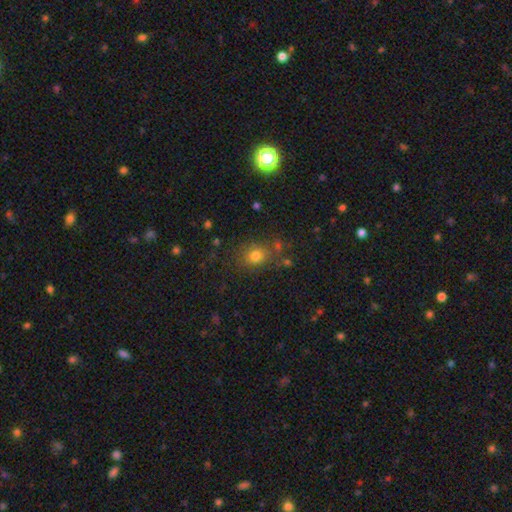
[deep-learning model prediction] Morphology: type=smooth (75%); roundness=round (63%); merging=none (72%).